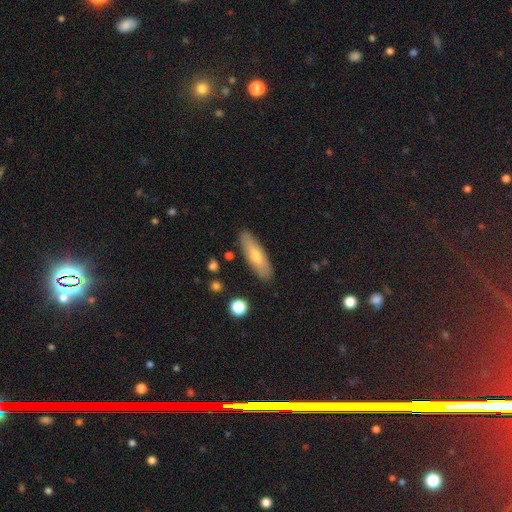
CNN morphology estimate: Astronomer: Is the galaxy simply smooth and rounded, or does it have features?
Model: smooth — 61%.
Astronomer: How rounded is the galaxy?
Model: cigar-shaped — 50% (runner-up: in between, 48%).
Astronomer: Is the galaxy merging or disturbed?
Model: none — 88%.